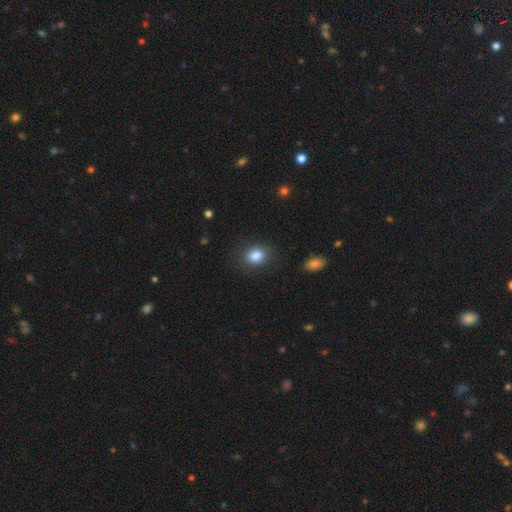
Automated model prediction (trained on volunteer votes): A smooth galaxy with no disk features (86%) that is in between round and cigar-shaped (54%). Merging: none (83%).